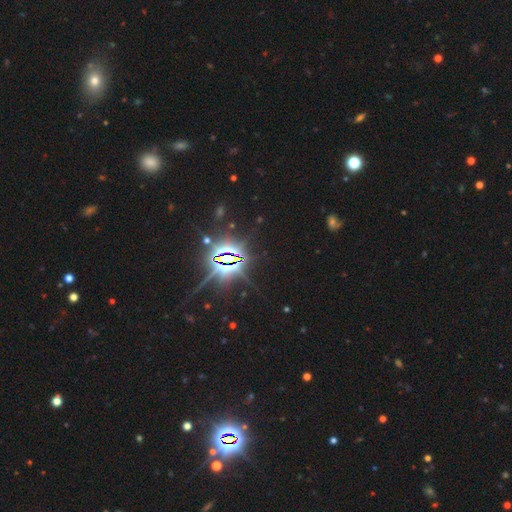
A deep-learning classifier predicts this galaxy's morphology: This appears to be a star or artifact, not a galaxy (83%).